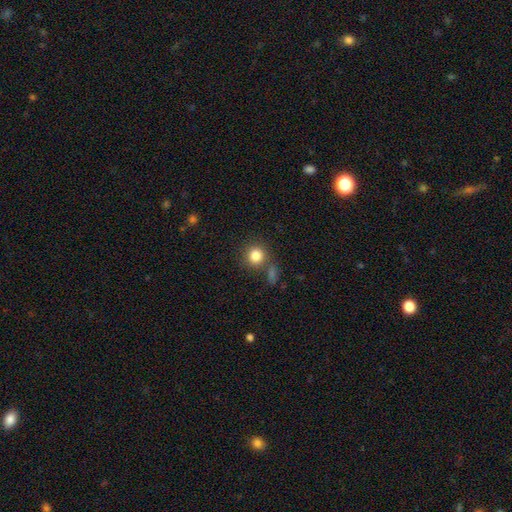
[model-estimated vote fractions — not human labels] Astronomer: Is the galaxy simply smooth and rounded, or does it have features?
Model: smooth — 84%.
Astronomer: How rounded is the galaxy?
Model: round — 90%.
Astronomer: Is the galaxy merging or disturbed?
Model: none — 73%.